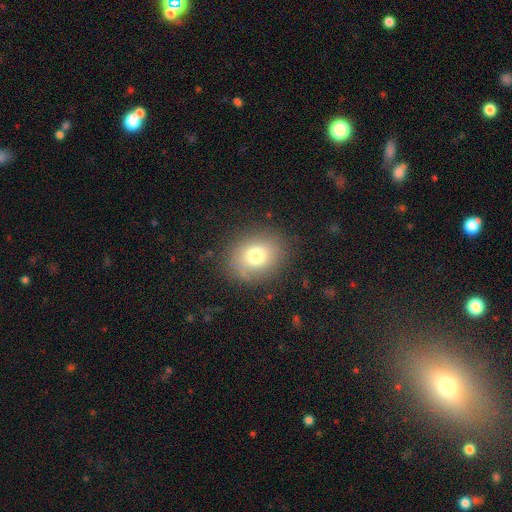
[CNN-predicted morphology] Overall: smooth (73%). How rounded: round (68%; in between 31%). Merging: none (82%).